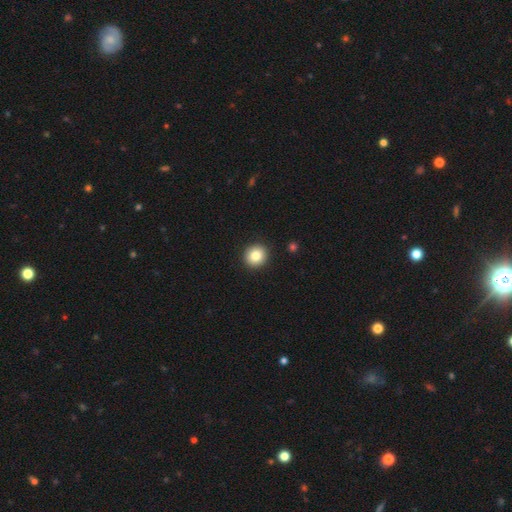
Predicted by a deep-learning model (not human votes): Q: Smooth or featured?
A: smooth (83%); runner-up: star or artifact (10%)
Q: How rounded?
A: round (91%); runner-up: in between (8%)
Q: Merging?
A: none (92%); runner-up: minor disturbance (5%)